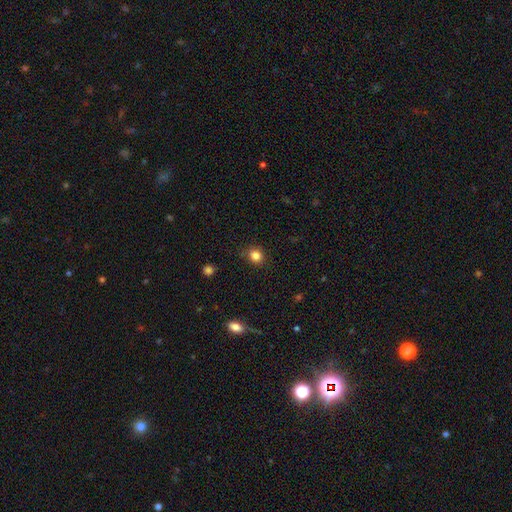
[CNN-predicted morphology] type=smooth (83%); roundness=round (80%); merging=none (86%).